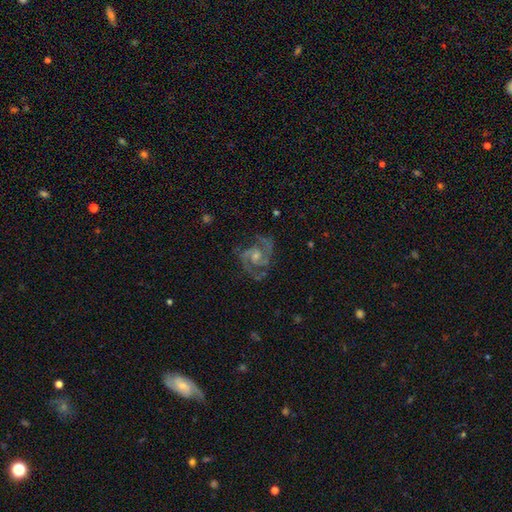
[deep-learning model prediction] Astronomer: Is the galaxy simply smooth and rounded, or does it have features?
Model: featured or disk — 89%.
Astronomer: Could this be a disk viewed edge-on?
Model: no — 98%.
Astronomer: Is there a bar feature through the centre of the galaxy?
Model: no — 51% (runner-up: weak, 39%).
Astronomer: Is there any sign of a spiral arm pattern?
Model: yes — 98%.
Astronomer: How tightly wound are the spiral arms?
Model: medium — 57% (runner-up: tight, 34%).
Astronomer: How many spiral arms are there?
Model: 2 — 73%.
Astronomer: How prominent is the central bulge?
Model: small — 48% (runner-up: moderate, 43%).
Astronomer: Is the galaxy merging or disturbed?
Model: none — 75%.